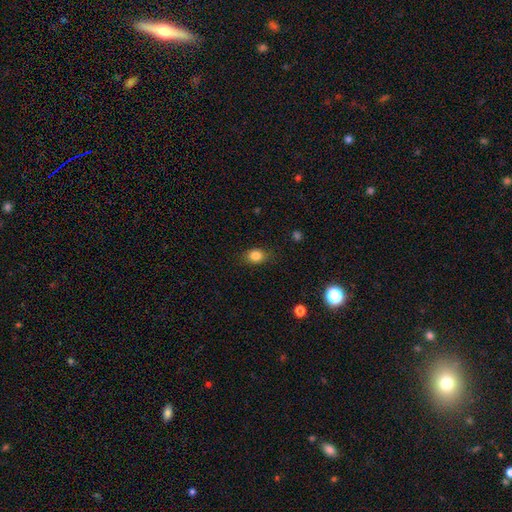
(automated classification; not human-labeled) Q: Smooth or featured?
A: smooth (83%); runner-up: star or artifact (10%)
Q: How rounded?
A: in between (54%); runner-up: round (45%)
Q: Merging?
A: none (79%); runner-up: minor disturbance (16%)